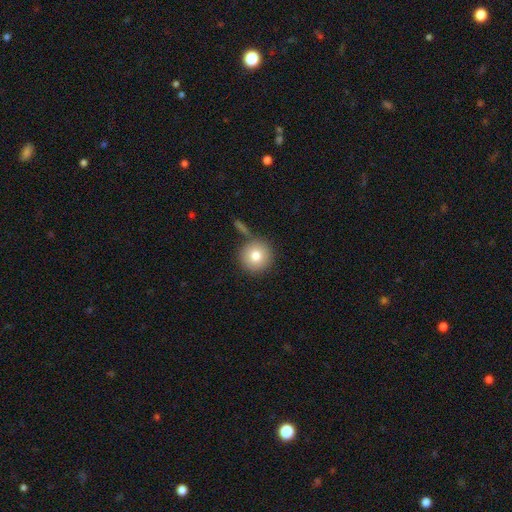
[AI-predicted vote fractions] Morphology: type=smooth (79%); roundness=round (95%); merging=none (76%).